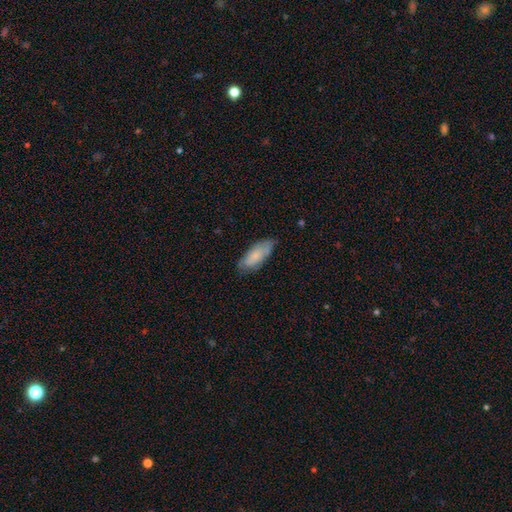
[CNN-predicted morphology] This is likely a smooth galaxy (73%). How rounded: likely in between (79%). Merging: likely none (71%).